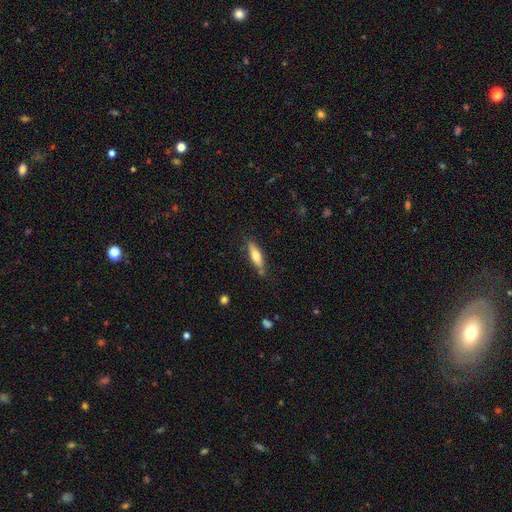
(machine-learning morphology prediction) Smooth or featured: smooth — 67% (featured or disk — 27%)
How rounded: cigar-shaped — 58% (in between — 40%)
Merging: none — 76% (minor disturbance — 17%)